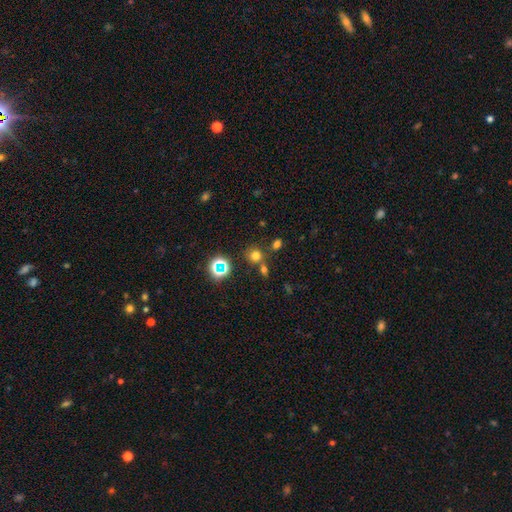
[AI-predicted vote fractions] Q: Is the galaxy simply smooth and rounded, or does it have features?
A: smooth — 66%.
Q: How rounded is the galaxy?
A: round — 83%.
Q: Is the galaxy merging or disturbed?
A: none — 68%.